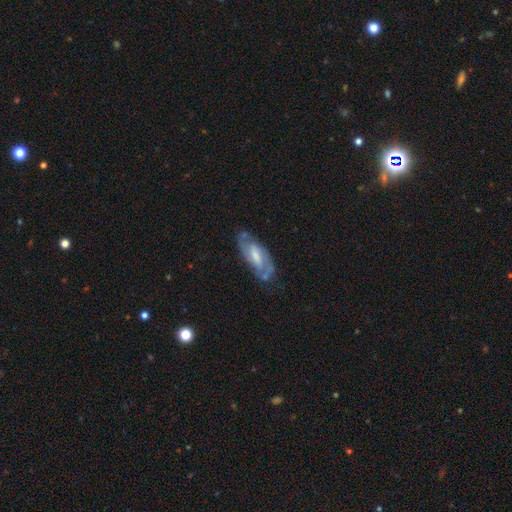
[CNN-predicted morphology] The model was most divided on "bulge size": moderate: 42%, small: 33%, large: 12%, none: 11%, dominant: 1%. Remaining: edge-on disk — no (89%); spiral arms — yes (86%); spiral arm count — 2 (77%); smooth or featured — featured or disk (72%); merging — none (70%); spiral winding — medium (48%); bar — weak (46%).